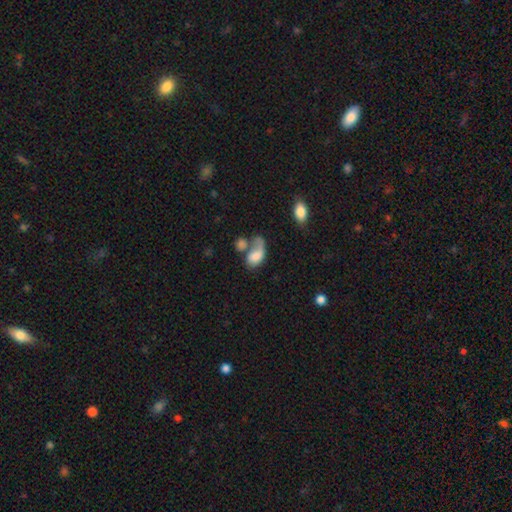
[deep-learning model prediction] smooth-or-featured: smooth: 66% | featured or disk: 25% | star or artifact: 9%
  how-rounded: in between: 86% | round: 11% | cigar-shaped: 3%
  merging: merger: 39% | major disturbance: 31% | none: 17% | minor disturbance: 12%